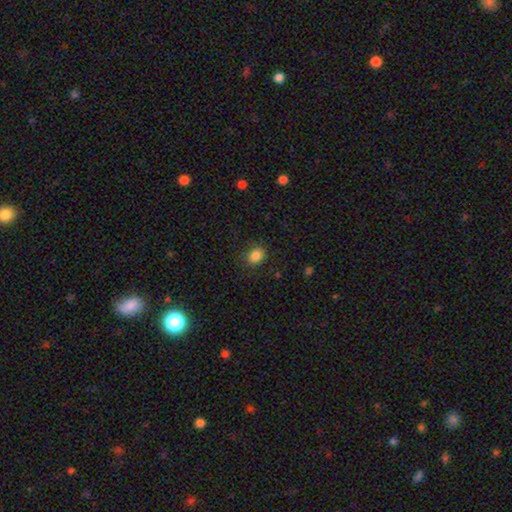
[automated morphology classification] Overall: smooth (85%). How rounded: round (57%; in between 42%). Merging: none (84%).